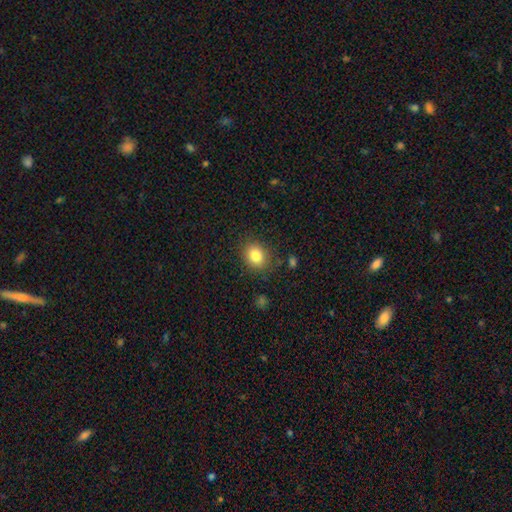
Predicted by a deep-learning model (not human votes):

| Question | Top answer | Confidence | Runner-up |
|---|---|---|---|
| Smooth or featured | smooth | 82% | star or artifact (10%) |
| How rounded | round | 59% | in between (41%) |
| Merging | none | 83% | minor disturbance (11%) |